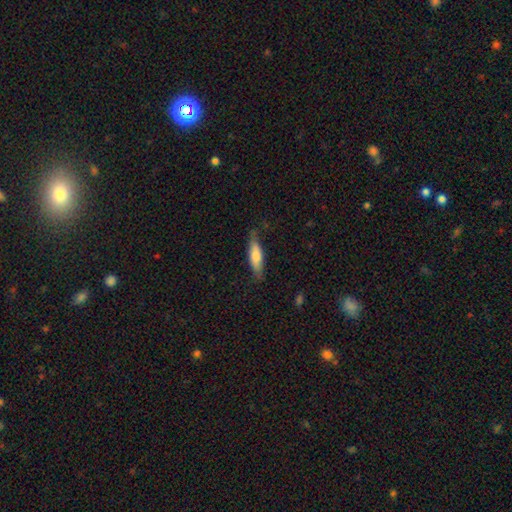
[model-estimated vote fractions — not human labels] Smooth or featured?
  - smooth: 71% *
  - featured or disk: 24%
  - star or artifact: 6%
How rounded?
  - cigar-shaped: 54% *
  - in between: 44%
  - round: 2%
Merging?
  - none: 72% *
  - minor disturbance: 22%
  - major disturbance: 5%
  - merger: 1%